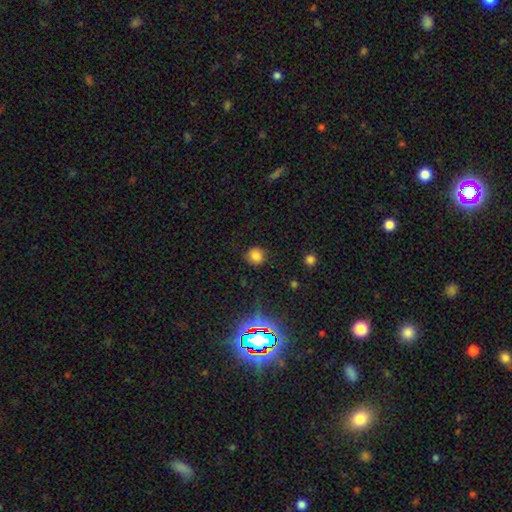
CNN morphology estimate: This appears to be a smooth galaxy with no disk features (79%) that is round (90%). Merging: none (86%).